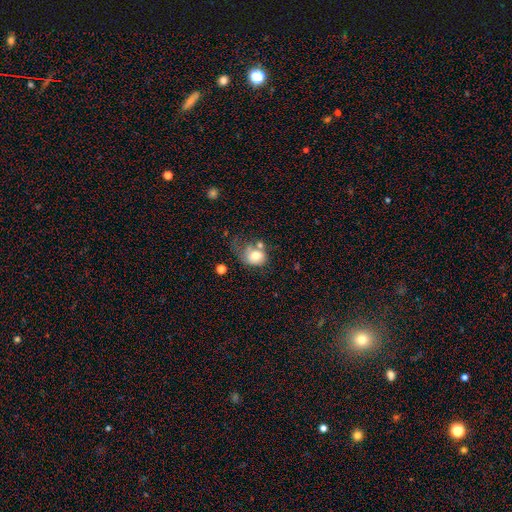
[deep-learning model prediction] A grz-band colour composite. It shows a smooth galaxy with no disk features (72%) that is round (55%). Merging: none (28%).